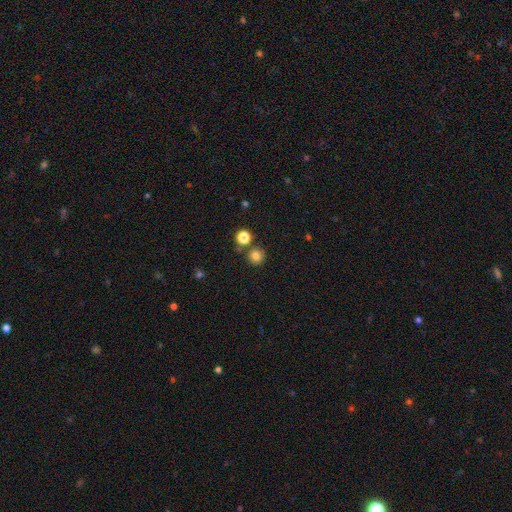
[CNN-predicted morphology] smooth_or_featured: smooth (p=0.80) [alt: star or artifact p=0.14]
how_rounded: round (p=0.93) [alt: in between p=0.06]
merging: none (p=0.81) [alt: merger p=0.09]